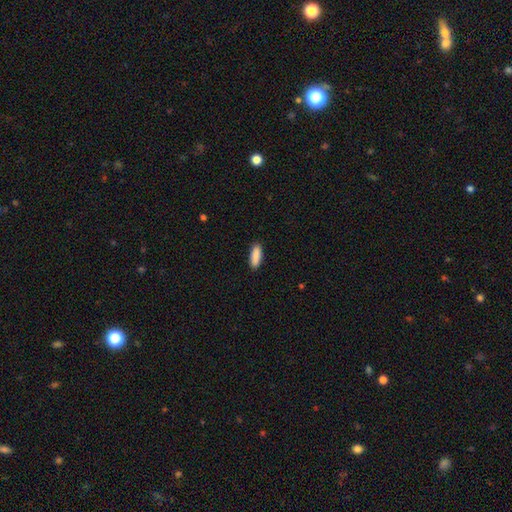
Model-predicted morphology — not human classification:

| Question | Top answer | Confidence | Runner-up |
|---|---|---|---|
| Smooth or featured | smooth | 91% | star or artifact (6%) |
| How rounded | in between | 67% | cigar-shaped (32%) |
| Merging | none | 89% | minor disturbance (8%) |